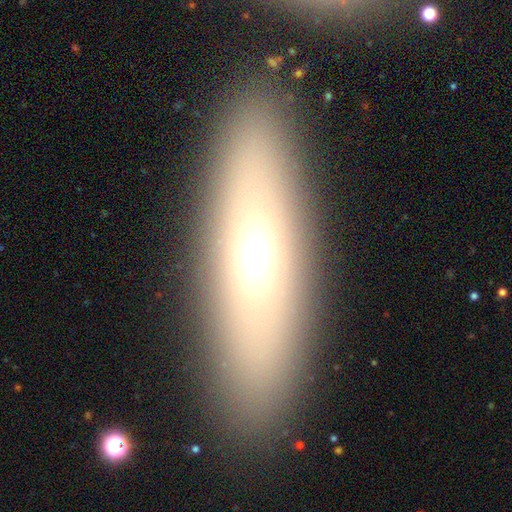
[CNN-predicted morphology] type=smooth (54%); roundness=cigar-shaped (48%, tied with in between); merging=none (86%).